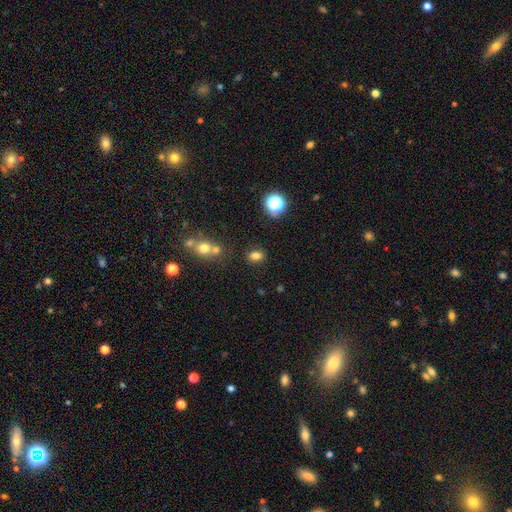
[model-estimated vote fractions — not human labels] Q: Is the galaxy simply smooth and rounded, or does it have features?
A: smooth — 77%.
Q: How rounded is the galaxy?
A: in between — 67%.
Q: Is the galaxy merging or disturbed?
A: none — 81%.